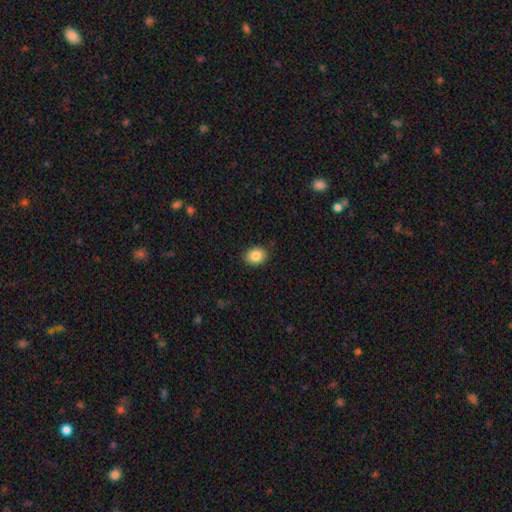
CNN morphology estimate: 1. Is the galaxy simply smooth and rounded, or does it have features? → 86% smooth, 9% star or artifact, 6% featured or disk.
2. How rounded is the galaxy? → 58% in between, 41% round, 1% cigar-shaped.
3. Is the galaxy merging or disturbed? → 88% none, 9% minor disturbance, 2% major disturbance, 1% merger.